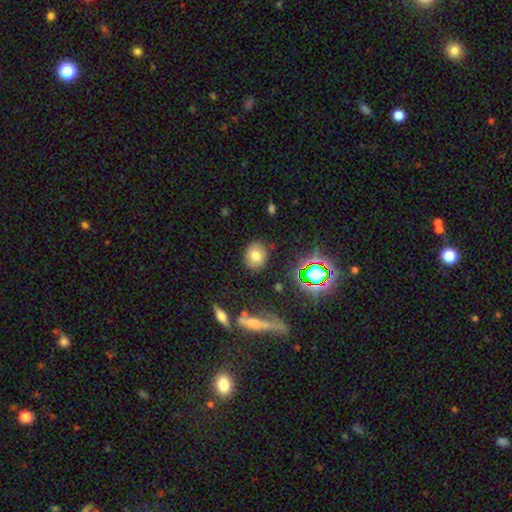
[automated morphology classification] A smooth galaxy with no disk features (75%) that is round (59%). Merging: none (85%).